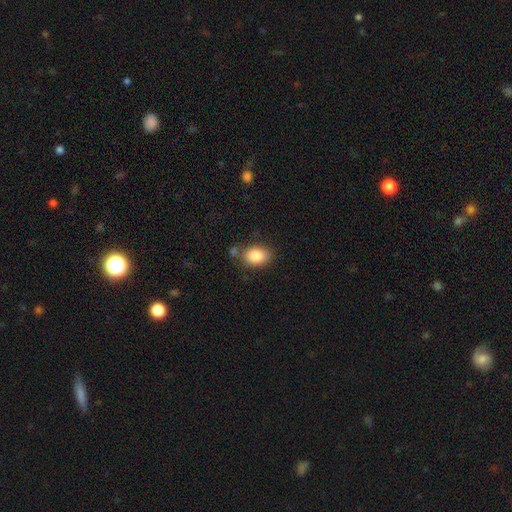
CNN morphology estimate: Smooth or featured? Predicted: smooth (p=0.86). How rounded? Predicted: in between (p=0.78). Merging? Predicted: none (p=0.73).